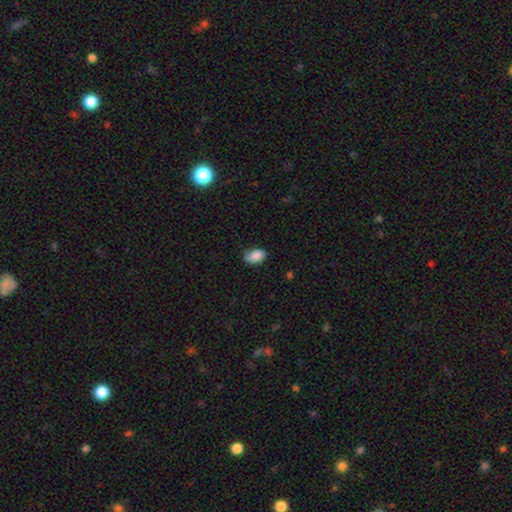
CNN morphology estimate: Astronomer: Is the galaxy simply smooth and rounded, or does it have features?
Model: smooth — 87%.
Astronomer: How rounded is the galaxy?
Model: in between — 91%.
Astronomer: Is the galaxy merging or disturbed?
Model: none — 77%.